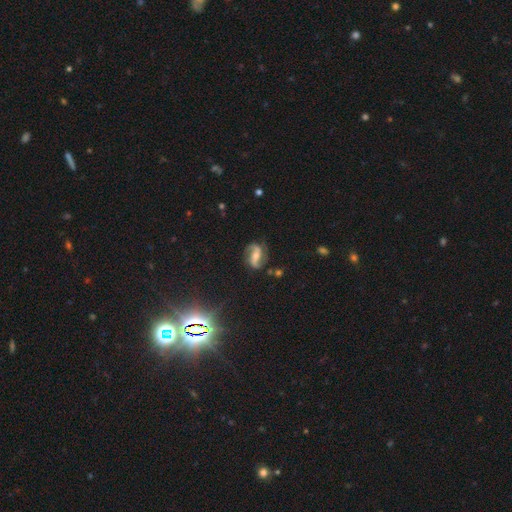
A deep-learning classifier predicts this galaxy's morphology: This appears to be a featured or disk galaxy (84%) with a strong bar (42%), 2 (92%) loose (46%) spiral arms (96%) and a moderate central bulge (47%). Merging: none (78%).